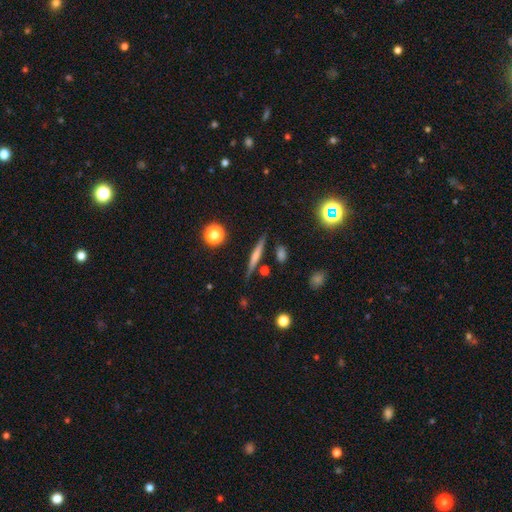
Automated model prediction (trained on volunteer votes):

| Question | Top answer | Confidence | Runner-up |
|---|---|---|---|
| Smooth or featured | smooth | 47% | featured or disk (44%) |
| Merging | none | 82% | minor disturbance (11%) |